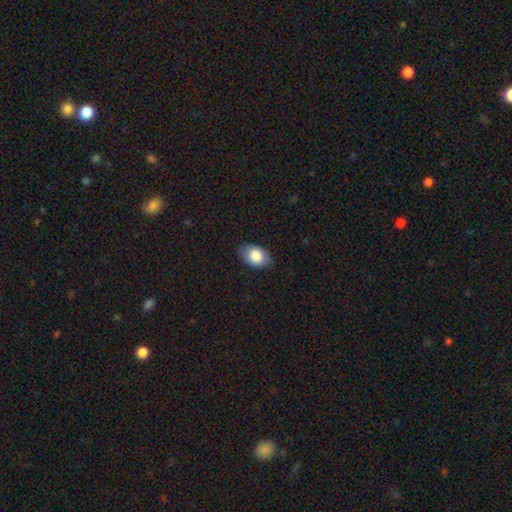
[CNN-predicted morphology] Q: Smooth or featured?
A: smooth (84%); runner-up: featured or disk (9%)
Q: How rounded?
A: in between (87%); runner-up: round (12%)
Q: Merging?
A: none (83%); runner-up: minor disturbance (13%)